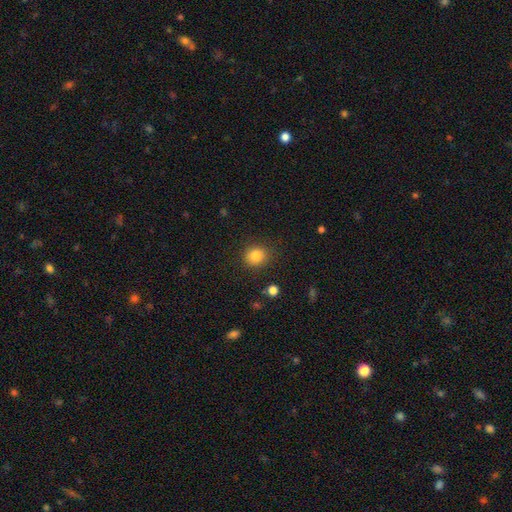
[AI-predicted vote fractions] smooth_or_featured: smooth (p=0.84) [alt: star or artifact p=0.11]
how_rounded: round (p=0.81) [alt: in between p=0.18]
merging: none (p=0.88) [alt: minor disturbance p=0.08]